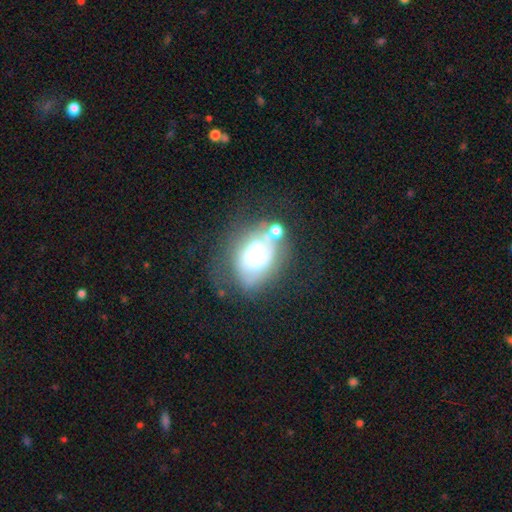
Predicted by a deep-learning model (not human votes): This appears to be a featured or disk galaxy (55%) with no bar (78%), spiral arms (54%) and a moderate central bulge (55%). Merging: none (35%).